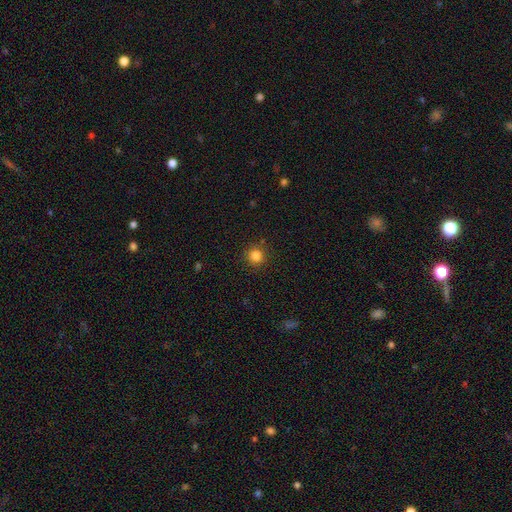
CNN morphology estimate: A smooth galaxy with no disk features (84%) that is round (94%).

Vote fractions:
- Smooth or featured? smooth: 84% / star or artifact: 12% / featured or disk: 4%
- How rounded? round: 94% / in between: 5% / cigar-shaped: 1%
- Merging? none: 90% / minor disturbance: 7% / major disturbance: 2% / merger: 1%